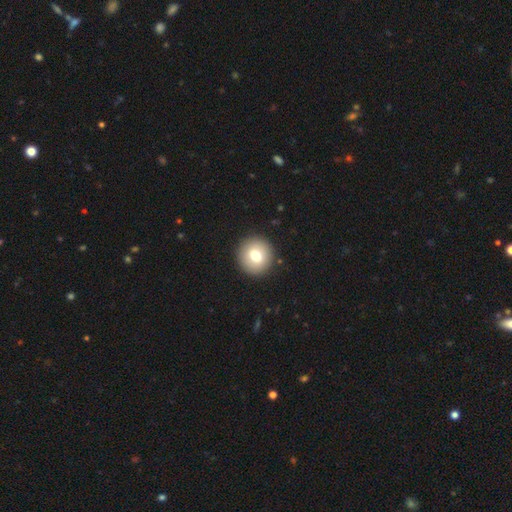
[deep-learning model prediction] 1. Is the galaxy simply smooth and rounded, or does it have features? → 73% smooth, 18% featured or disk, 9% star or artifact.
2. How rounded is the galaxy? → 93% round, 6% in between, 1% cigar-shaped.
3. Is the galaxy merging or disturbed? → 92% none, 5% minor disturbance, 2% major disturbance, 1% merger.